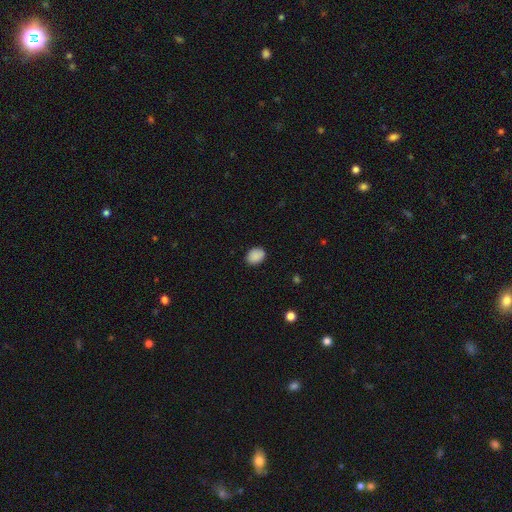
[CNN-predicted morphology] The model was most divided on "how rounded": in between: 61%, round: 38%, cigar-shaped: 1%. More confident: smooth or featured — smooth (88%); merging — none (85%).